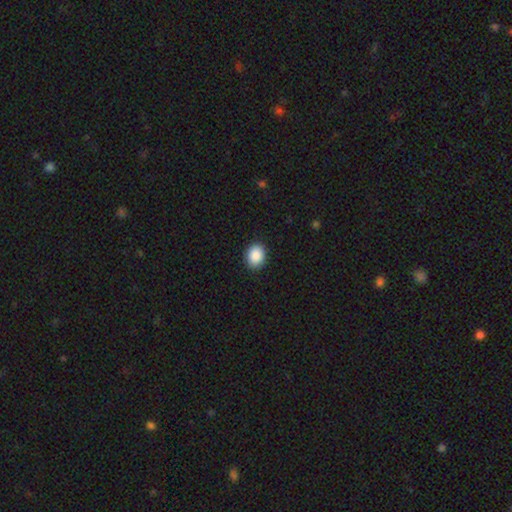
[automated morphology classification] smooth-or-featured: smooth: 89% | star or artifact: 8% | featured or disk: 4%
  how-rounded: in between: 51% | round: 48% | cigar-shaped: 1%
  merging: none: 91% | minor disturbance: 7% | major disturbance: 2% | merger: 1%